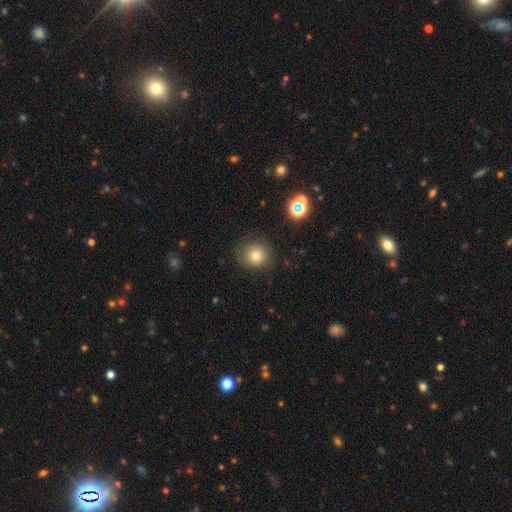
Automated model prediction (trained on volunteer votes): This appears to be a smooth galaxy with no disk features (74%) that is round (90%). Merging: none (80%).